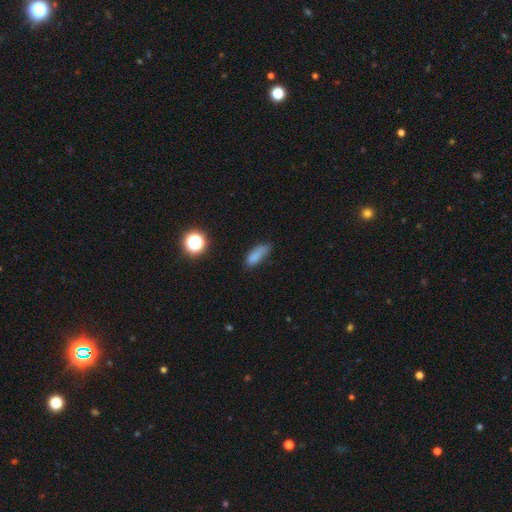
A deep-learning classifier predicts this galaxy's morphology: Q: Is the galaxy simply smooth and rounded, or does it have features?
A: smooth — 79%.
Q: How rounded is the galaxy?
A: in between — 57%.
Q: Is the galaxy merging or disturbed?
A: none — 56%.